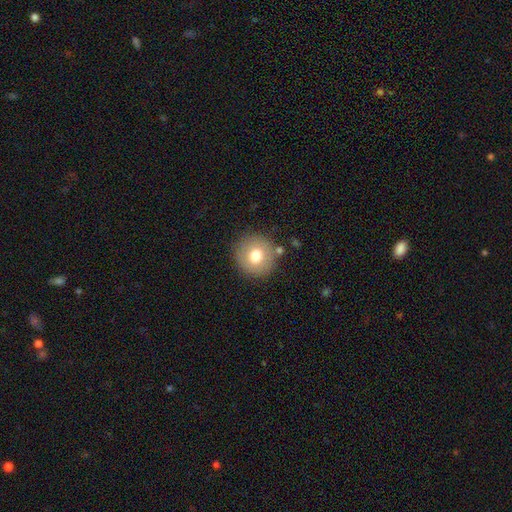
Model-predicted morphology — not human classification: A smooth galaxy with no disk features (73%) that is round (93%). Merging: none (84%).